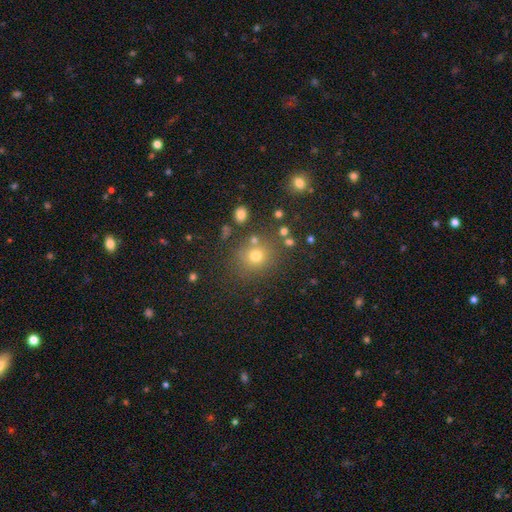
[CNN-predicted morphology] smooth 72%, star or artifact 19%, featured or disk 9%. Down the decision tree: how rounded — round (82%); merging — none (76%).